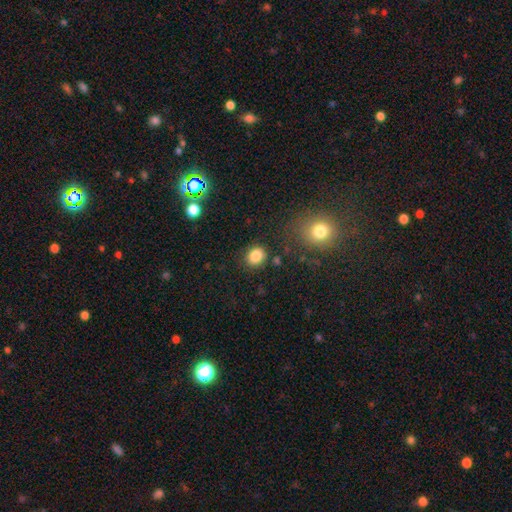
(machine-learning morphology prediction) type=smooth (84%); roundness=round (67%); merging=none (83%).